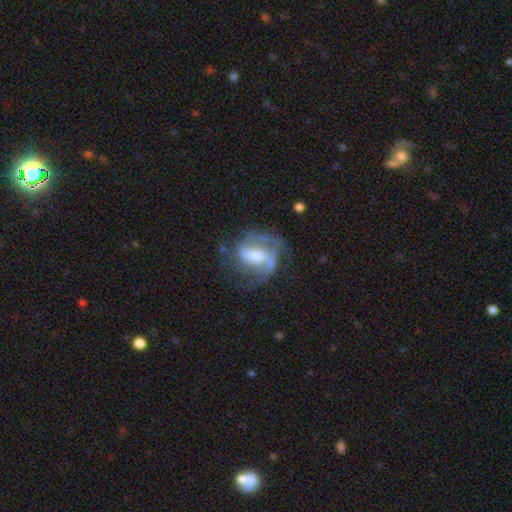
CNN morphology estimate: type=featured or disk (78%); edge-on=no (97%); bar=weak (47%); spiral arms=yes (89%); winding=medium (49%); arm count=2 (61%); bulge=moderate (52%); merging=none (51%).